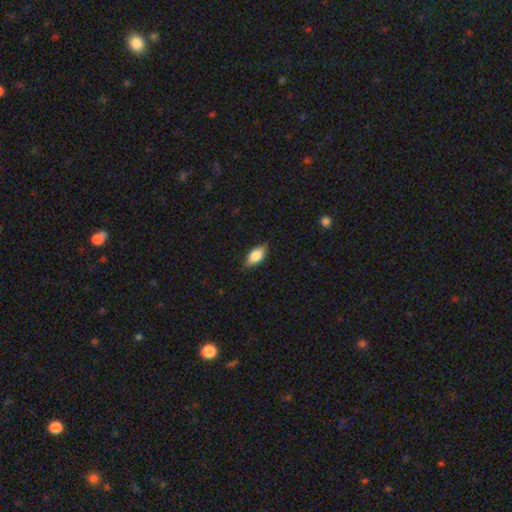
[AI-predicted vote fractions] Smooth or featured?
  - smooth: 73% *
  - featured or disk: 20%
  - star or artifact: 7%
How rounded?
  - in between: 85% *
  - cigar-shaped: 10%
  - round: 4%
Merging?
  - none: 82% *
  - minor disturbance: 15%
  - major disturbance: 3%
  - merger: 1%